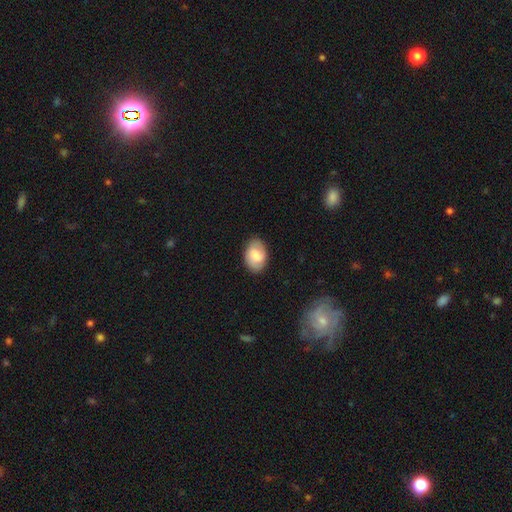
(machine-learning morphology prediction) Overall: smooth (56%; featured or disk 37%). How rounded: in between (83%). Merging: none (82%).